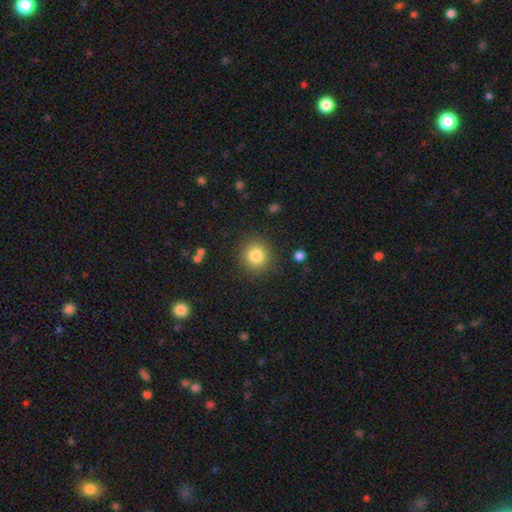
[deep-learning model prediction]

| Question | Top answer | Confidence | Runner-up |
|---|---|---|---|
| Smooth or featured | smooth | 83% | star or artifact (11%) |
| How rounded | round | 90% | in between (9%) |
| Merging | none | 87% | minor disturbance (8%) |